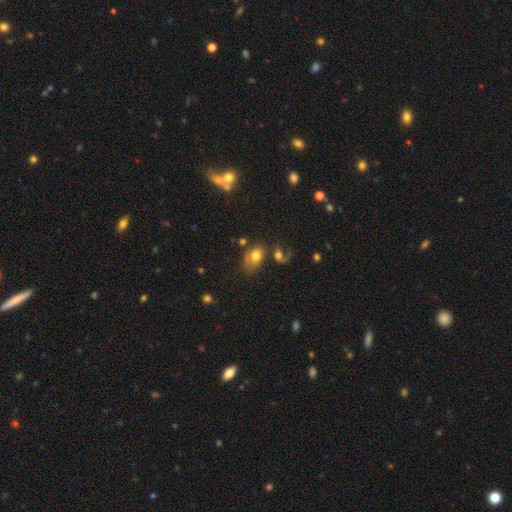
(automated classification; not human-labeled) Smooth or featured?
  - smooth: 67% *
  - featured or disk: 22%
  - star or artifact: 11%
How rounded?
  - in between: 73% *
  - round: 25%
  - cigar-shaped: 1%
Merging?
  - none: 35% *
  - merger: 25%
  - major disturbance: 21%
  - minor disturbance: 19%